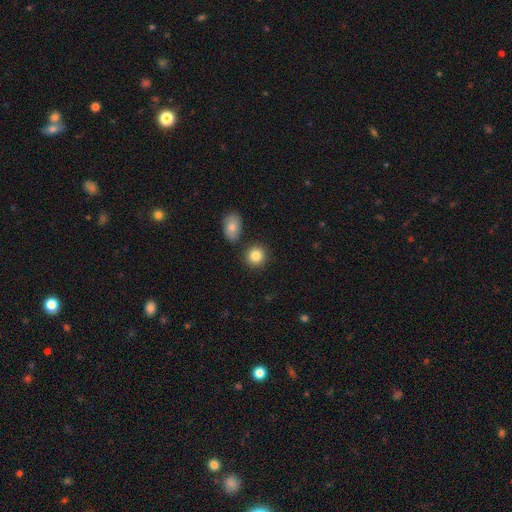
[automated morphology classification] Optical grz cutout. It shows a smooth galaxy with no disk features (84%) that is round (86%). Merging: none (83%).